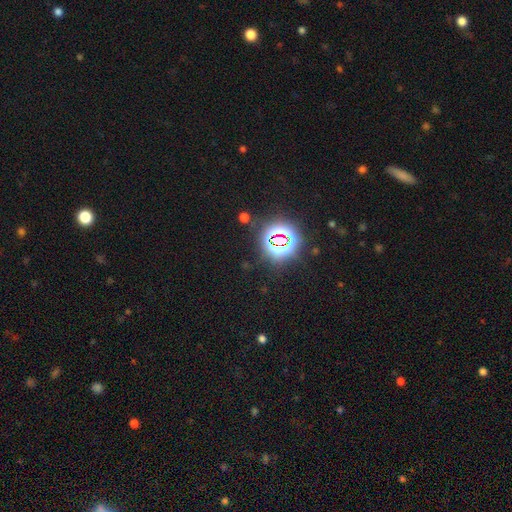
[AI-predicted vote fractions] smooth-or-featured: star or artifact: 78% | smooth: 16% | featured or disk: 6%